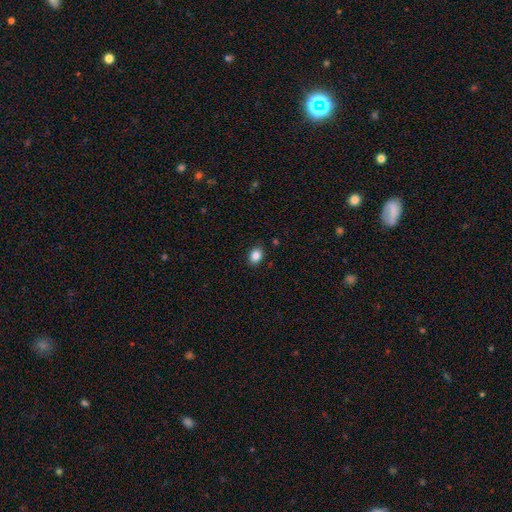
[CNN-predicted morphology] This appears to be a smooth galaxy with no disk features (86%) that is in between round and cigar-shaped (67%). Merging: none (88%).